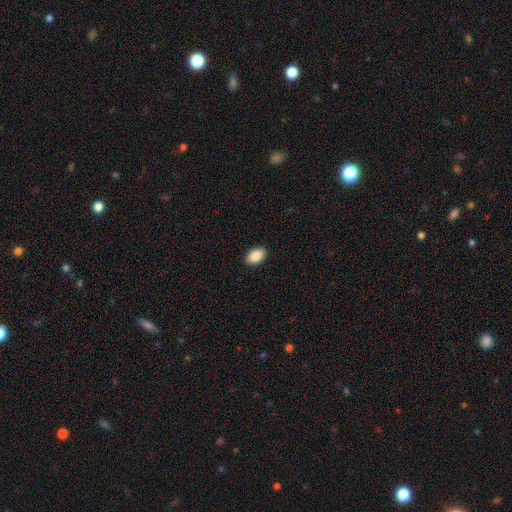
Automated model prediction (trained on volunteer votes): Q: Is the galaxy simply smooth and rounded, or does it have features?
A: smooth — 88%.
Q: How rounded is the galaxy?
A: in between — 89%.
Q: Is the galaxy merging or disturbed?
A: none — 91%.